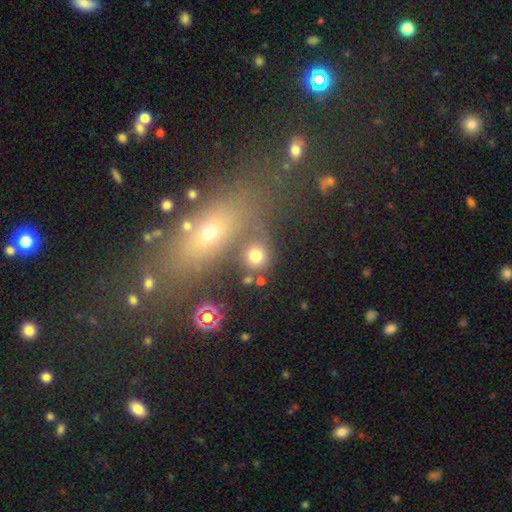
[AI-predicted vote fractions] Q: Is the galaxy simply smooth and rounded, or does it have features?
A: smooth — 73%.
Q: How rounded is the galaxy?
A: round — 80%.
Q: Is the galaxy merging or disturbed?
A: none — 60%.